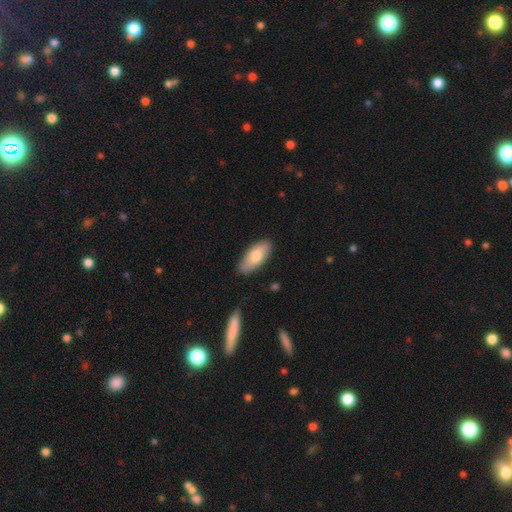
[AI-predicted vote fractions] smooth-or-featured: smooth: 77% | featured or disk: 17% | star or artifact: 6%
  how-rounded: in between: 86% | cigar-shaped: 11% | round: 2%
  merging: none: 82% | minor disturbance: 13% | major disturbance: 2% | merger: 2%